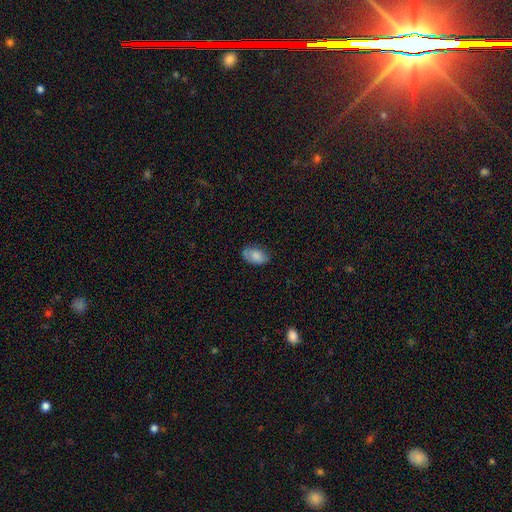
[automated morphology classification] This appears to be a smooth galaxy with no disk features (78%) that is in between round and cigar-shaped (91%). Merging: none (66%).